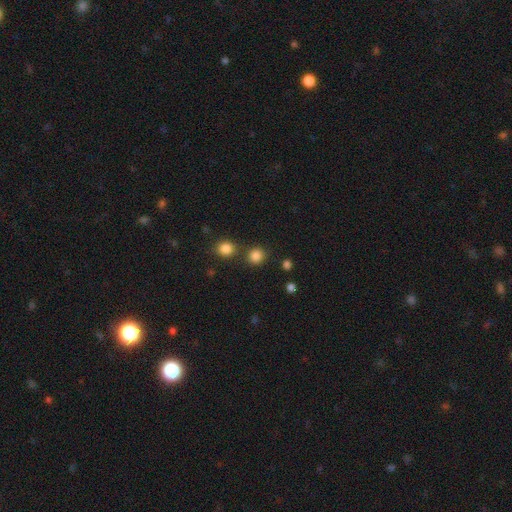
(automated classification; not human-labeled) This appears to be a smooth galaxy with no disk features (84%) that is round (88%). Merging: none (77%).